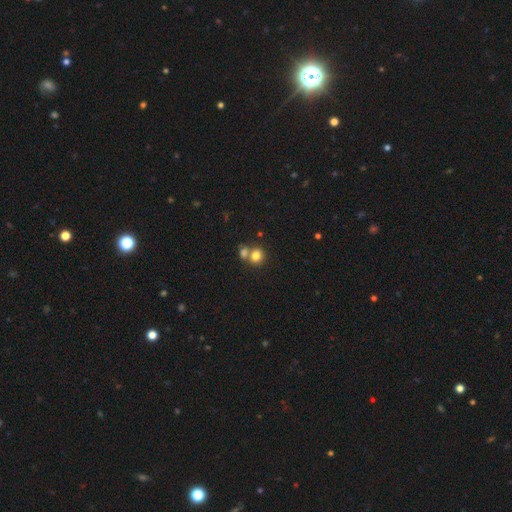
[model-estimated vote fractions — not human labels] The model was most divided on "merging": none: 46%, merger: 44%, minor disturbance: 7%, major disturbance: 3%. More confident: smooth or featured — smooth (80%); how rounded — round (78%).